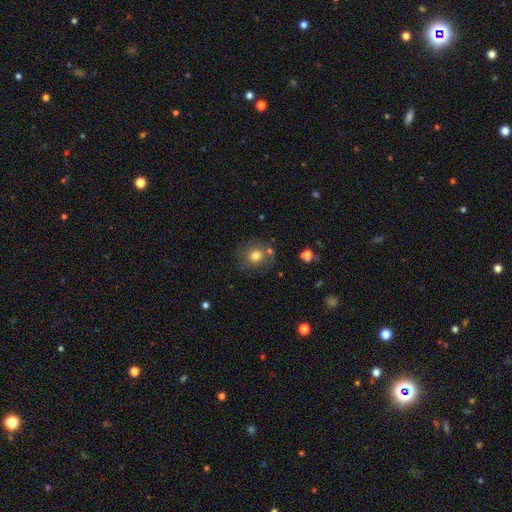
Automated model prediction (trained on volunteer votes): Q: Smooth or featured?
A: smooth (73%); runner-up: featured or disk (16%)
Q: How rounded?
A: round (83%); runner-up: in between (16%)
Q: Merging?
A: none (70%); runner-up: minor disturbance (15%)